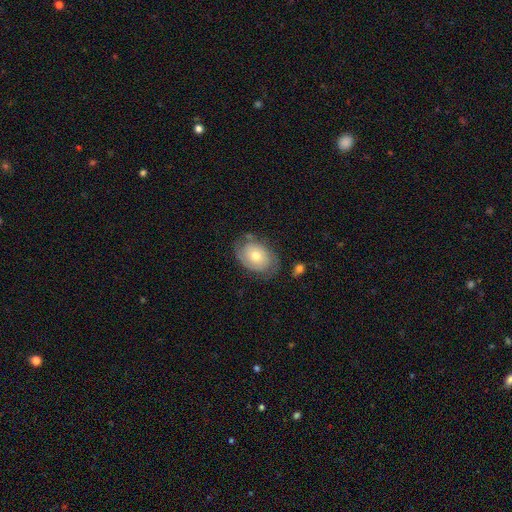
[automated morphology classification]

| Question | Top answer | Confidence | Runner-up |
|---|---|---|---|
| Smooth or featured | featured or disk | 46% | tied: smooth (46%) |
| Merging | none | 65% | minor disturbance (24%) |